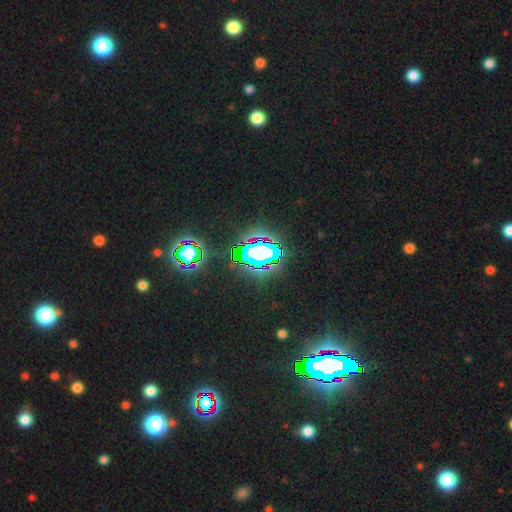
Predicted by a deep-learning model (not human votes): Smooth or featured?
  - star or artifact: 68% *
  - smooth: 18%
  - featured or disk: 13%